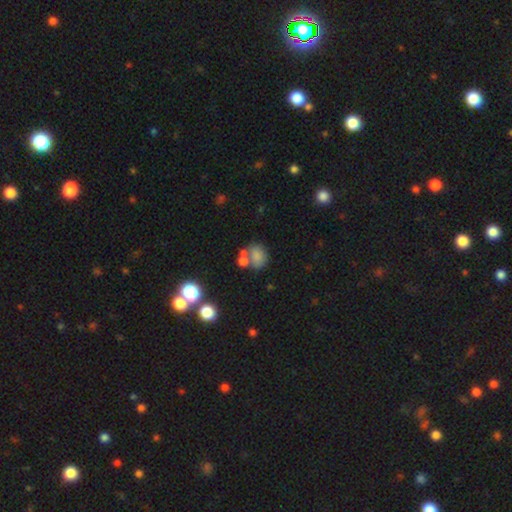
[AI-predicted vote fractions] smooth 72%, featured or disk 14%, star or artifact 13%. Down the decision tree: how rounded — round (55%); merging — none (45%).